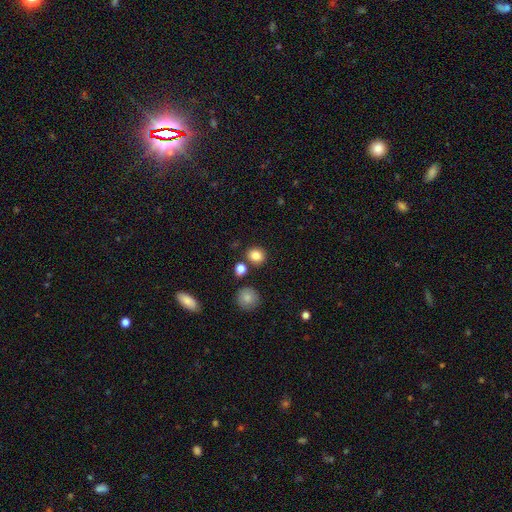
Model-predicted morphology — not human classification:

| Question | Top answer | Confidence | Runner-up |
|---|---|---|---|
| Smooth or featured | smooth | 82% | star or artifact (12%) |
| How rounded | round | 83% | in between (16%) |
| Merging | none | 82% | minor disturbance (8%) |